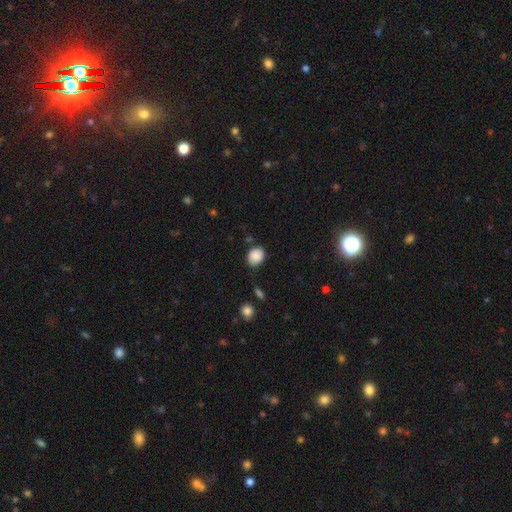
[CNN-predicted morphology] smooth 87%, star or artifact 8%, featured or disk 4%. Down the decision tree: how rounded — round (50%); merging — none (76%).